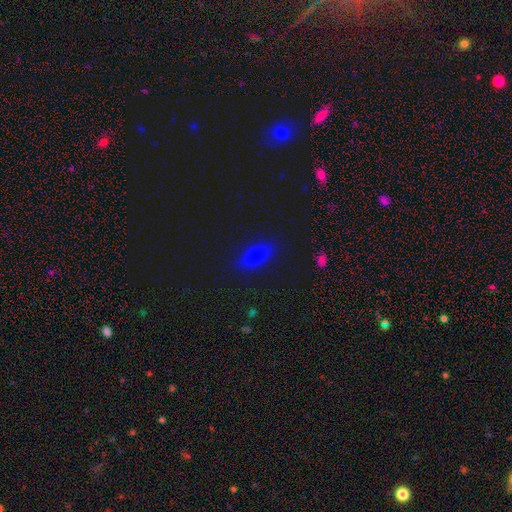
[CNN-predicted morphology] smooth-or-featured: smooth: 74% | featured or disk: 13% | star or artifact: 13%
  how-rounded: in between: 77% | cigar-shaped: 13% | round: 10%
  merging: none: 85% | minor disturbance: 11% | major disturbance: 3% | merger: 1%